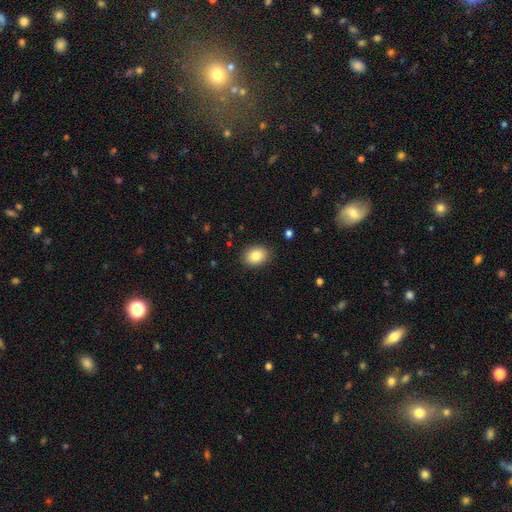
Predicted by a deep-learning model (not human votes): smooth-or-featured: smooth: 84% | star or artifact: 8% | featured or disk: 7%
  how-rounded: in between: 63% | round: 36% | cigar-shaped: 1%
  merging: none: 88% | minor disturbance: 8% | major disturbance: 2% | merger: 1%